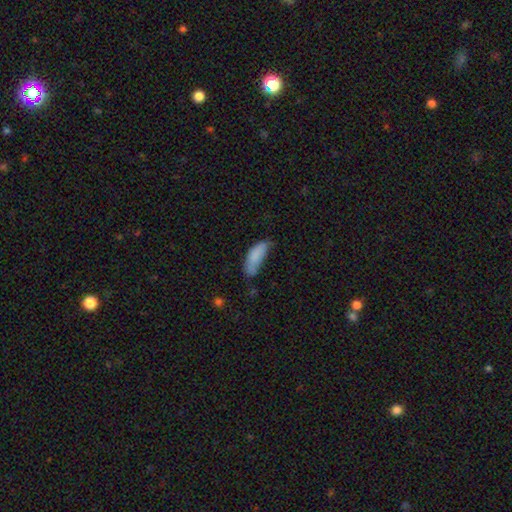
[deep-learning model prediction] The model was most divided on "merging" (2-way tie): none: 39%, minor disturbance: 39%, major disturbance: 16%, merger: 6%. More confident: smooth or featured — smooth (83%); how rounded — in between (73%).